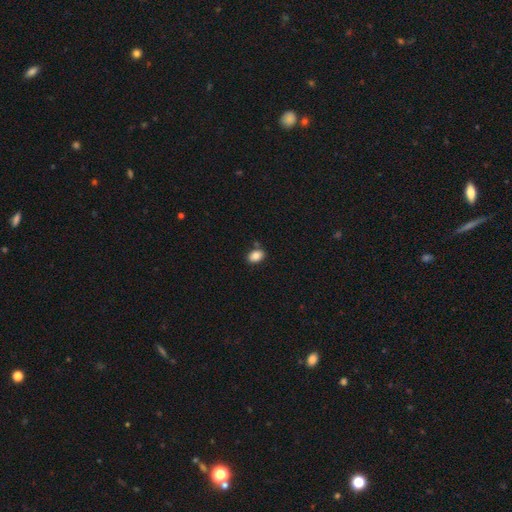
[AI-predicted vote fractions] Overall: smooth (86%). How rounded: in between (82%). Merging: none (78%).